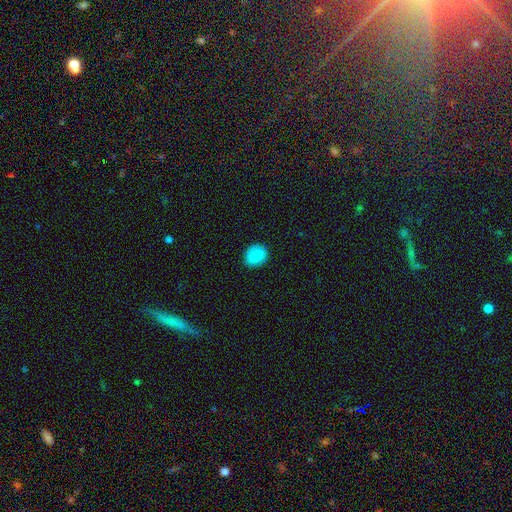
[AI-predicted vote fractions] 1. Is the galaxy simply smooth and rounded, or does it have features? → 85% smooth, 8% star or artifact, 7% featured or disk.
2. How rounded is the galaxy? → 57% round, 41% in between, 1% cigar-shaped.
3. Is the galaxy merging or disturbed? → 87% none, 10% minor disturbance, 3% major disturbance, 1% merger.